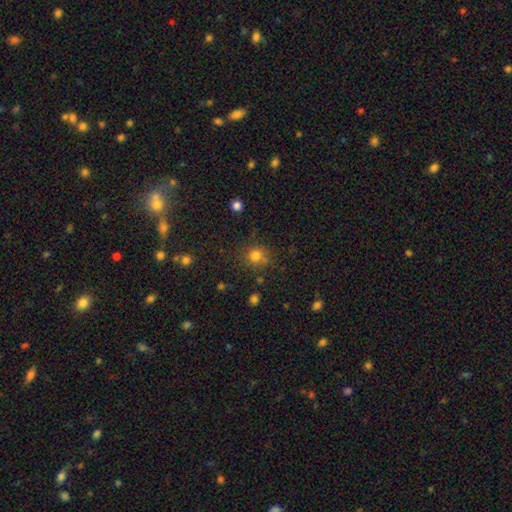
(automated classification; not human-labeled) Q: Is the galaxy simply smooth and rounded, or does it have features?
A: smooth — 79%.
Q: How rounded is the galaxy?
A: round — 82%.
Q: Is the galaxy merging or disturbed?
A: none — 77%.